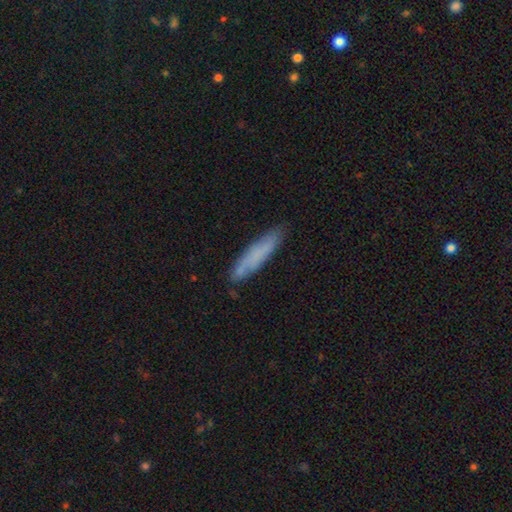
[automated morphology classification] This appears to be a smooth galaxy with no disk features (68%) that is cigar-shaped (87%). Merging: none (80%).